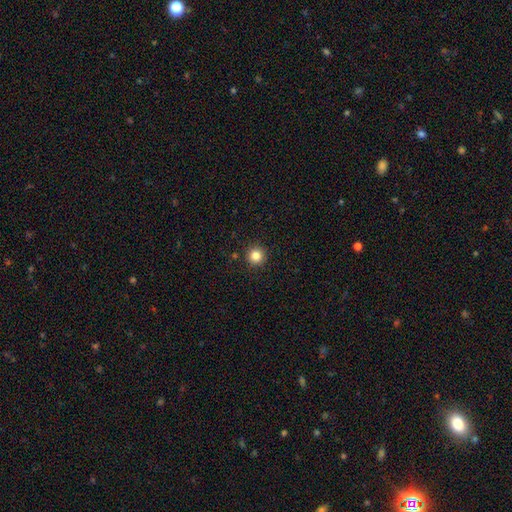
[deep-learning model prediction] smooth_or_featured: smooth (p=0.84) [alt: star or artifact p=0.12]
how_rounded: round (p=0.95) [alt: in between p=0.04]
merging: none (p=0.92) [alt: minor disturbance p=0.05]